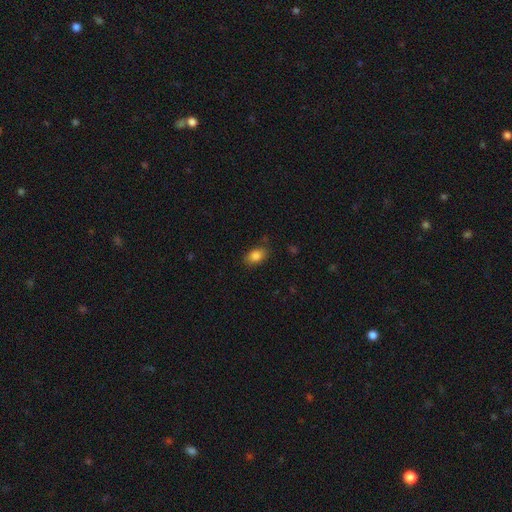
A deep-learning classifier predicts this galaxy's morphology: A smooth galaxy with no disk features (84%) that is in between round and cigar-shaped (84%). Merging: none (81%).